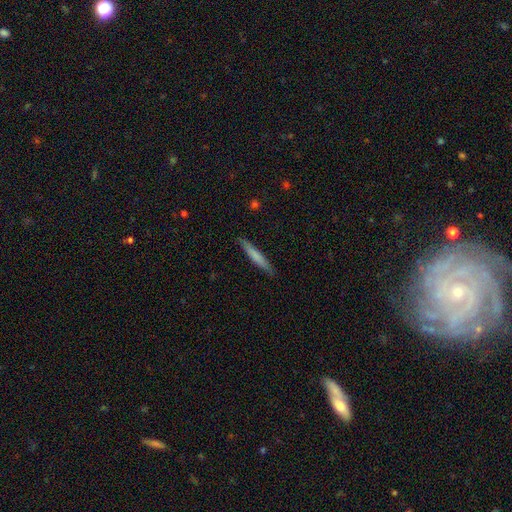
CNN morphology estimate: This appears to be a smooth galaxy with no disk features (70%) that is cigar-shaped (95%). Merging: none (89%).